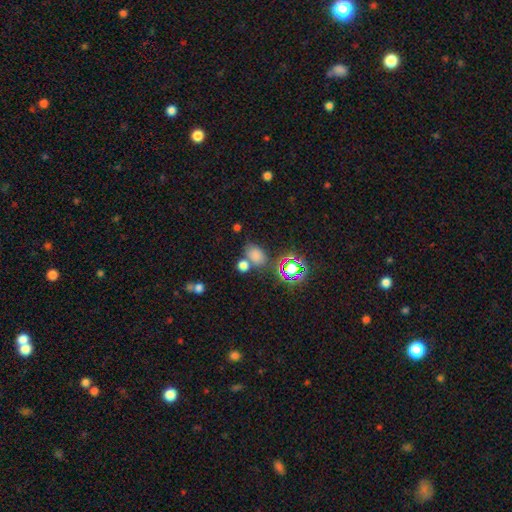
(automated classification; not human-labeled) Smooth or featured? Predicted: smooth (p=0.71). How rounded? Predicted: in between (p=0.70). Merging? Predicted: none (p=0.58).